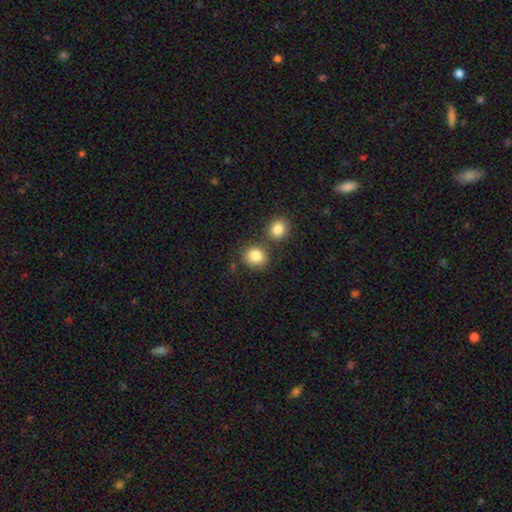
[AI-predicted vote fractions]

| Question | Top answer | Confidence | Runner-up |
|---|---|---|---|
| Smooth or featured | smooth | 84% | star or artifact (9%) |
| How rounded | round | 79% | in between (20%) |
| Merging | none | 67% | merger (20%) |